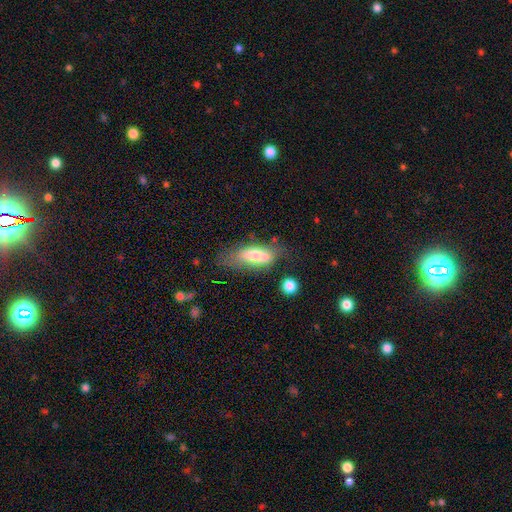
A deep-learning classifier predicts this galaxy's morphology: smooth_or_featured: smooth (p=0.66) [alt: featured or disk p=0.26]
how_rounded: in between (p=0.73) [alt: cigar-shaped p=0.25]
merging: none (p=0.49) [alt: minor disturbance p=0.27]